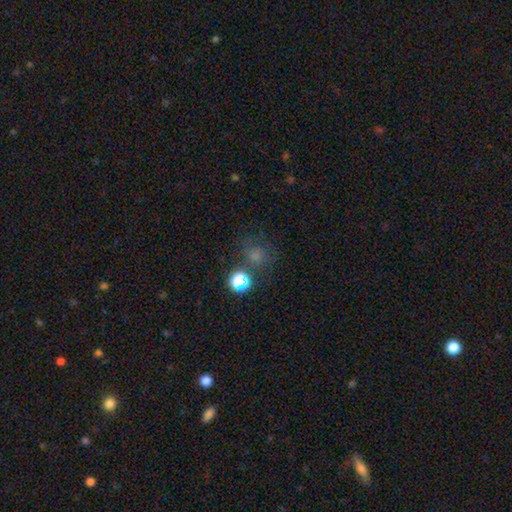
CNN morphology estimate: Smooth or featured? smooth (62%)
How rounded? round (79%)
Merging? none (60%)